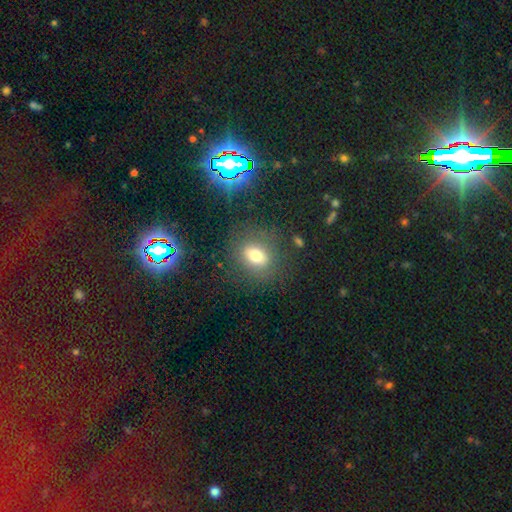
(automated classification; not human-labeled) Overall: smooth (71%). How rounded: in between (53%; round 45%). Merging: none (77%).